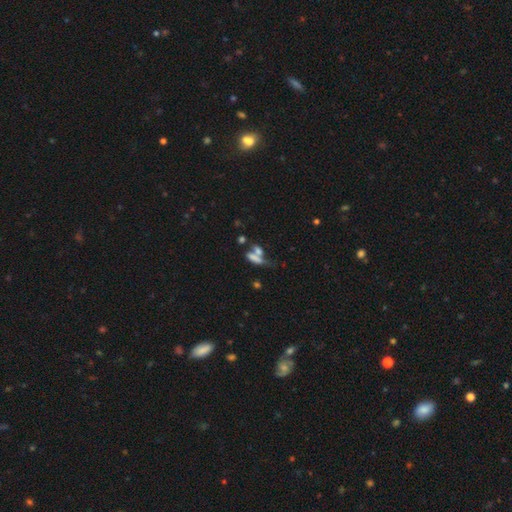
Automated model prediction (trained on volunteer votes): smooth-or-featured: smooth: 63% | featured or disk: 23% | star or artifact: 14%
  how-rounded: in between: 51% | cigar-shaped: 39% | round: 10%
  merging: merger: 50% | none: 29% | major disturbance: 11% | minor disturbance: 11%